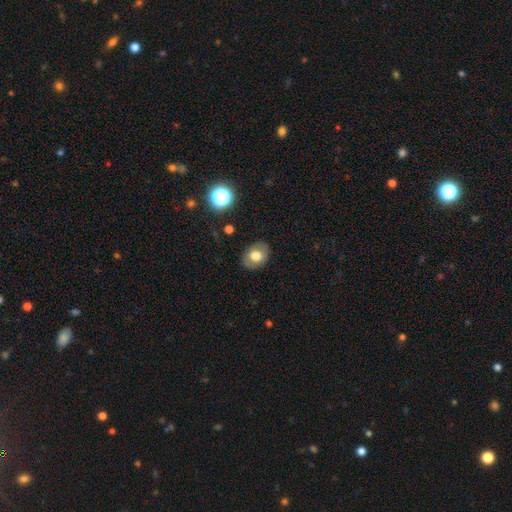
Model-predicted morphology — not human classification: Smooth or featured? smooth (69%)
How rounded? in between (70%)
Merging? none (85%)